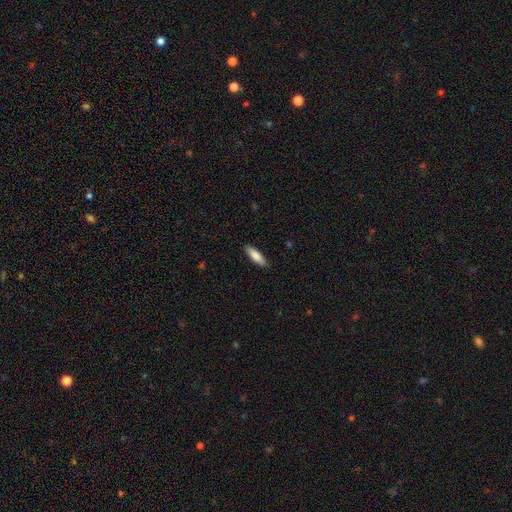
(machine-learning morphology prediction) Overall: smooth (80%). How rounded: cigar-shaped (52%; in between 47%). Merging: none (88%).